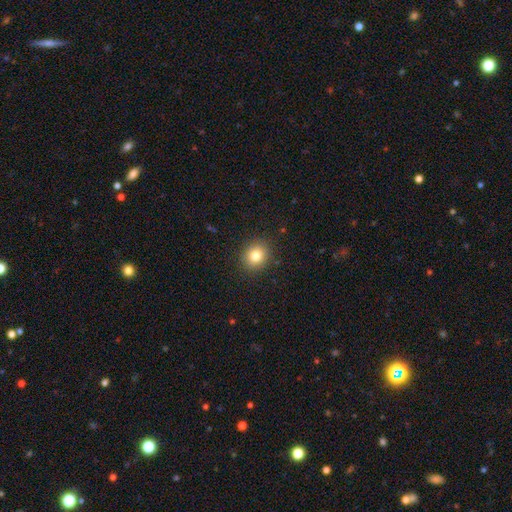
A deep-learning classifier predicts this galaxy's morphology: smooth 82%, star or artifact 11%, featured or disk 8%. Down the decision tree: how rounded — round (70%); merging — none (89%).